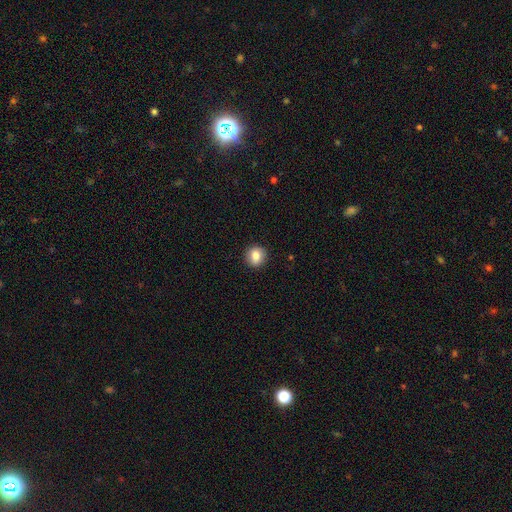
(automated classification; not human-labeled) smooth_or_featured: smooth (p=0.83) [alt: star or artifact p=0.09]
how_rounded: round (p=0.85) [alt: in between p=0.14]
merging: none (p=0.91) [alt: minor disturbance p=0.07]